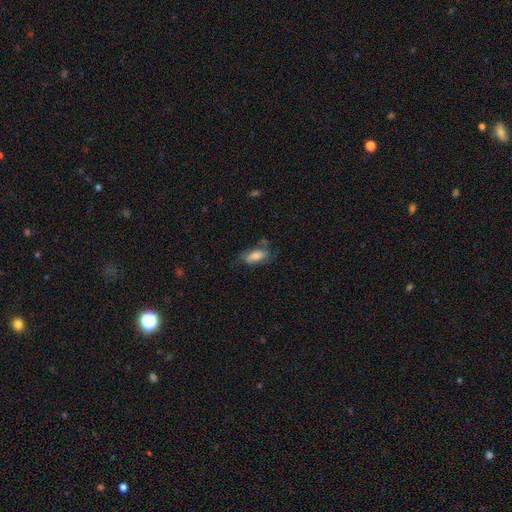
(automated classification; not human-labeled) Smooth or featured? smooth (54%)
How rounded? in between (80%)
Merging? none (53%)